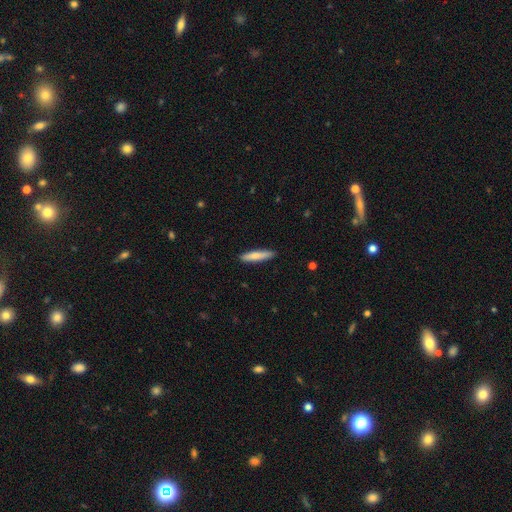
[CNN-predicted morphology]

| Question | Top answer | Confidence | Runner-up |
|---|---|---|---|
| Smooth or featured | smooth | 72% | featured or disk (22%) |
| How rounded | cigar-shaped | 88% | in between (11%) |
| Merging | none | 90% | minor disturbance (7%) |